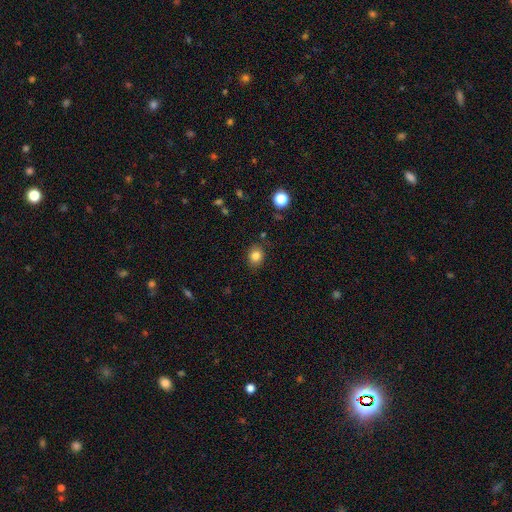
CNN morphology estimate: Q: Smooth or featured?
A: smooth (82%); runner-up: star or artifact (11%)
Q: How rounded?
A: round (57%); runner-up: in between (42%)
Q: Merging?
A: none (84%); runner-up: minor disturbance (12%)